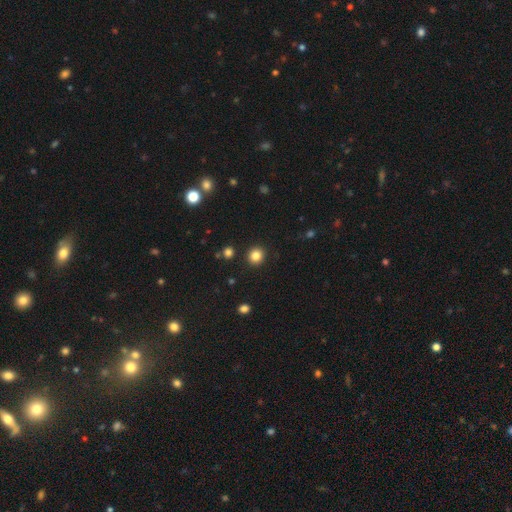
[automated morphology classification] smooth 84%, star or artifact 12%, featured or disk 4%. Down the decision tree: how rounded — round (91%); merging — none (91%).